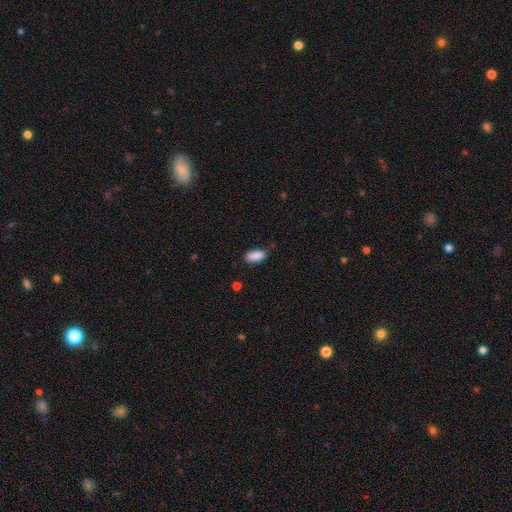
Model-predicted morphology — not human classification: smooth-or-featured: smooth: 89% | star or artifact: 7% | featured or disk: 4%
  how-rounded: in between: 89% | cigar-shaped: 9% | round: 3%
  merging: none: 75% | minor disturbance: 19% | major disturbance: 4% | merger: 2%